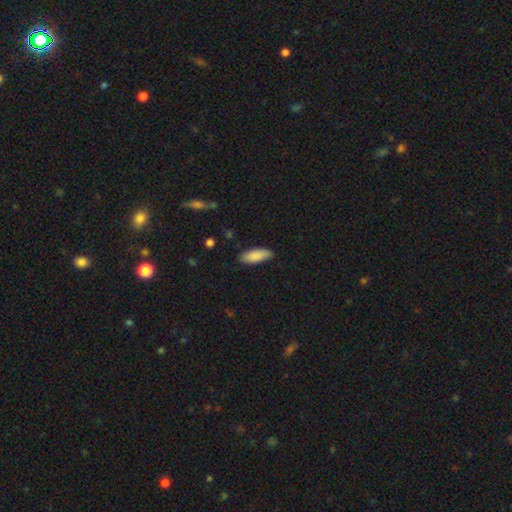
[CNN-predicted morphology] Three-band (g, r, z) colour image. It shows a smooth galaxy with no disk features (88%) that is in between round and cigar-shaped (76%). Merging: none (85%).